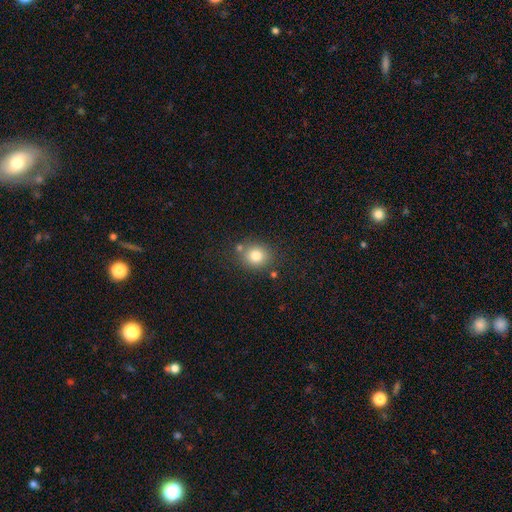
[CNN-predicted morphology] Overall: smooth (80%). How rounded: round (73%). Merging: none (76%).